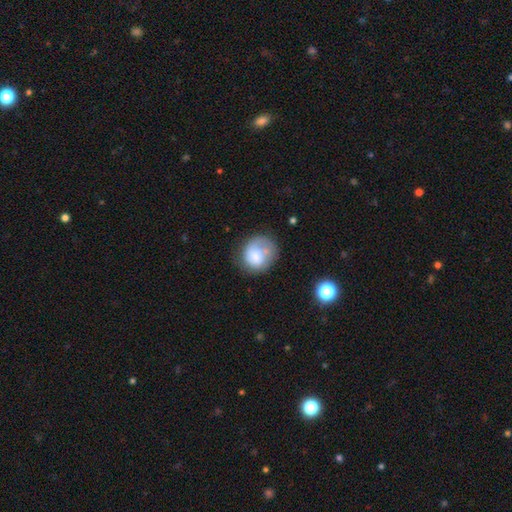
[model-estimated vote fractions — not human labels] This appears to be a smooth galaxy with no disk features (63%) that is round (75%). Merging: none (52%).